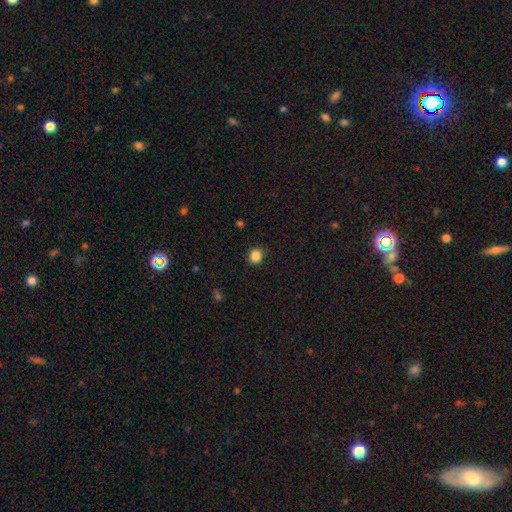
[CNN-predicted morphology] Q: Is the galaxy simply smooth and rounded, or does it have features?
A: smooth — 85%.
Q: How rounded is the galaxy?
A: round — 84%.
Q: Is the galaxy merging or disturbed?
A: none — 90%.